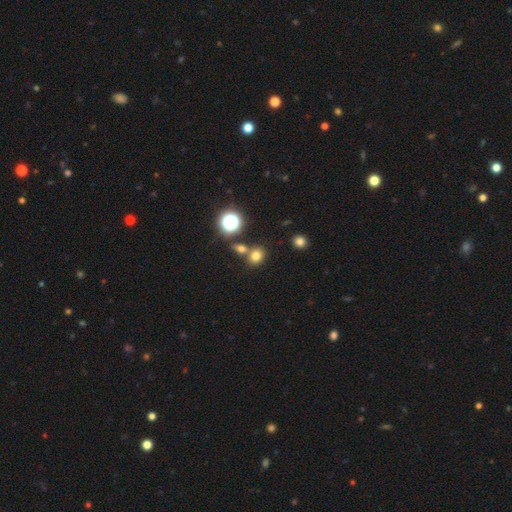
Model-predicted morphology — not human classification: This appears to be a smooth galaxy with no disk features (73%) that is round (67%). Merging: none (64%).